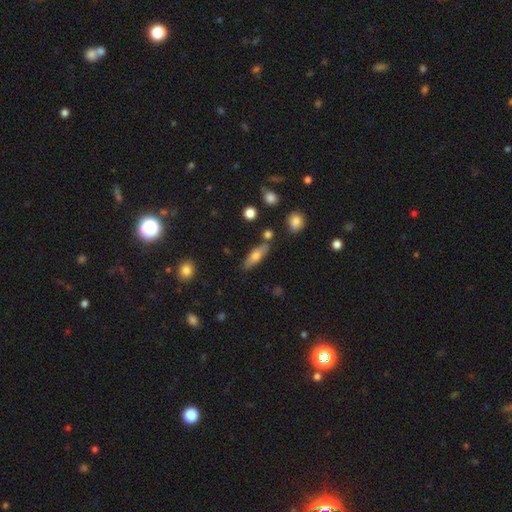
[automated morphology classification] Smooth or featured?
  - smooth: 66% *
  - featured or disk: 26%
  - star or artifact: 7%
How rounded?
  - in between: 57% *
  - cigar-shaped: 40%
  - round: 3%
Merging?
  - none: 77% *
  - minor disturbance: 14%
  - merger: 6%
  - major disturbance: 3%